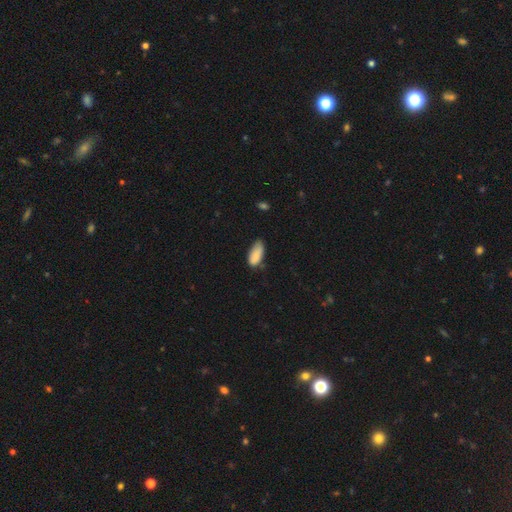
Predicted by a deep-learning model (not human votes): Smooth or featured? smooth (86%)
How rounded? in between (87%)
Merging? none (56%)